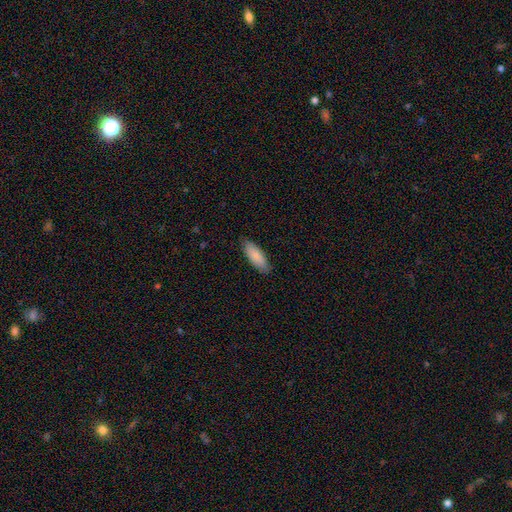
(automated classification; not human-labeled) smooth 86%, featured or disk 9%, star or artifact 5%. Down the decision tree: how rounded — in between (68%); merging — none (85%).